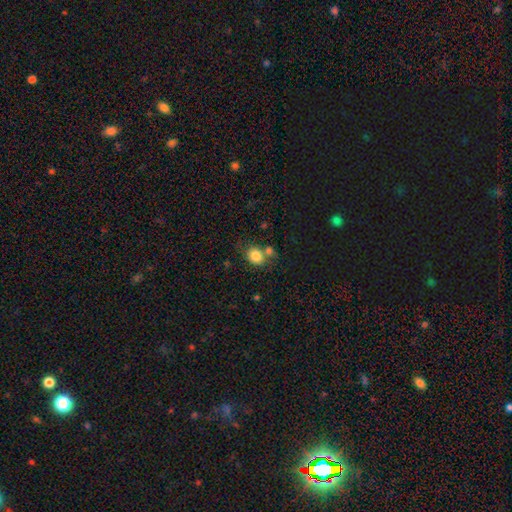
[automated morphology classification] Overall: smooth (83%). How rounded: round (60%; in between 39%). Merging: none (57%; merger 25%).